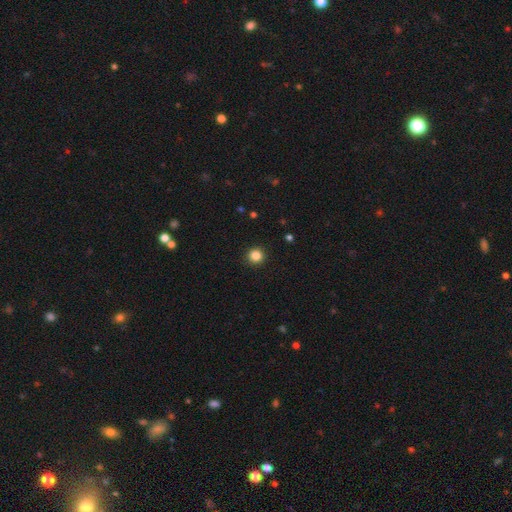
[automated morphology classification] Smooth or featured: smooth — 84% (star or artifact — 12%)
How rounded: round — 95% (in between — 4%)
Merging: none — 92% (minor disturbance — 5%)